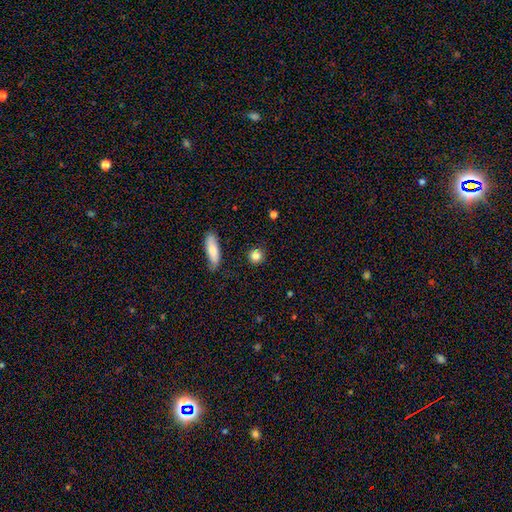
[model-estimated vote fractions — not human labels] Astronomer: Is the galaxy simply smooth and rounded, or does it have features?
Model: smooth — 85%.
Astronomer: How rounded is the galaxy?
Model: round — 86%.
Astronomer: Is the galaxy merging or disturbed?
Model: none — 87%.